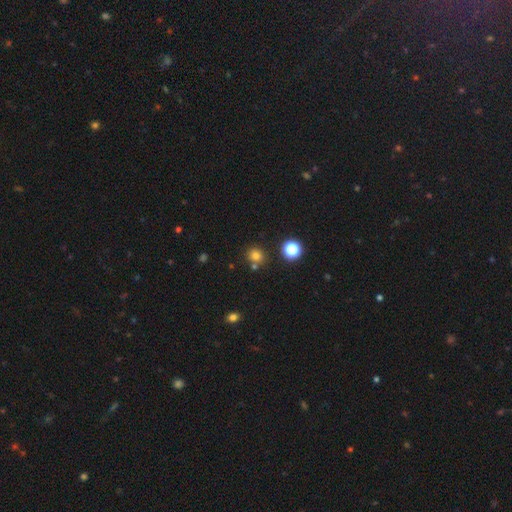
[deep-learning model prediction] Q: Smooth or featured?
A: smooth (76%); runner-up: star or artifact (18%)
Q: How rounded?
A: round (87%); runner-up: in between (12%)
Q: Merging?
A: none (76%); runner-up: merger (12%)